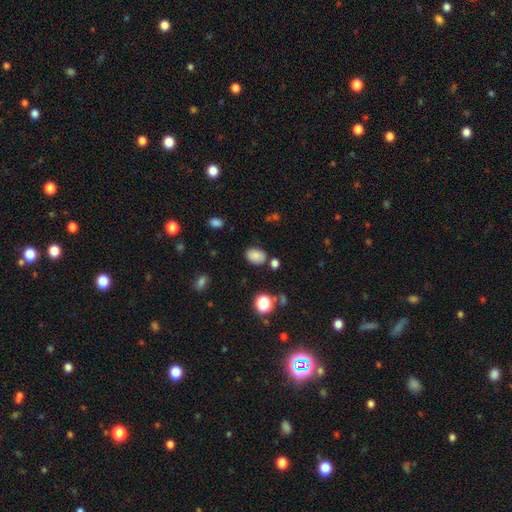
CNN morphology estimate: smooth 82%, star or artifact 12%, featured or disk 7%. Down the decision tree: how rounded — in between (75%); merging — none (74%).